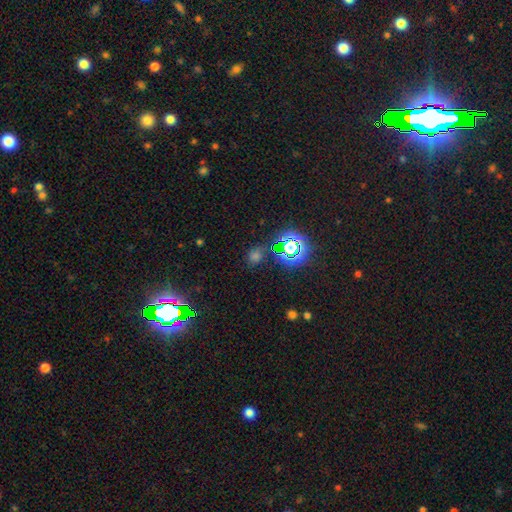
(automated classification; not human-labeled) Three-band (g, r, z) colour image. It shows a star or artifact, not a galaxy (60%).